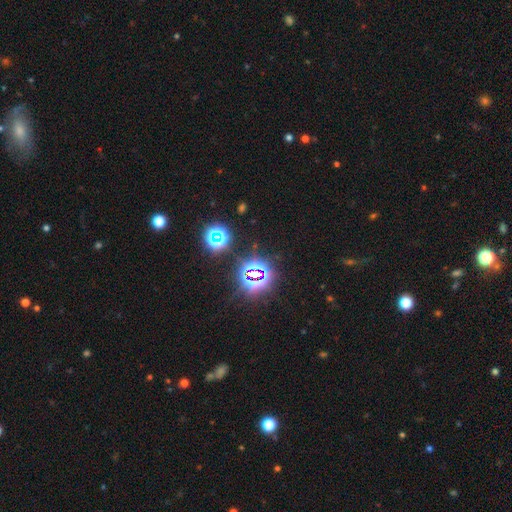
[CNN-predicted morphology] Smooth or featured: star or artifact — 78% (smooth — 14%)